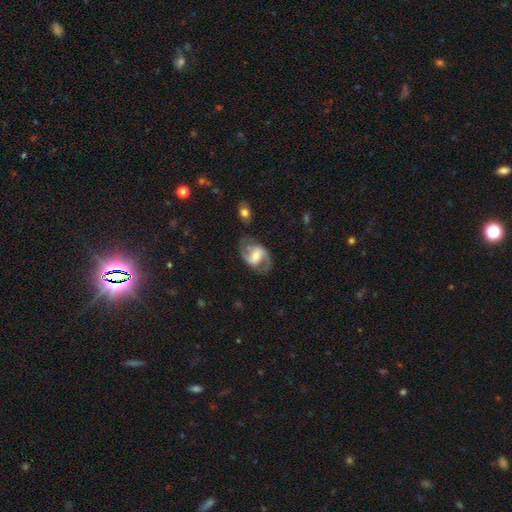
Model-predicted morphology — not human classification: Smooth or featured?
  - featured or disk: 79% *
  - smooth: 15%
  - star or artifact: 6%
Edge-on disk?
  - no: 97% *
  - yes: 3%
Bar?
  - weak: 45% *
  - strong: 33%
  - no: 22%
Spiral arms?
  - yes: 91% *
  - no: 9%
Spiral winding?
  - medium: 51% *
  - loose: 34%
  - tight: 16%
Spiral arm count?
  - 2: 89% *
  - can't tell: 5%
  - 1: 3%
  - 3: 1%
  - 4: 1%
  - more than 4: 1%
Bulge size?
  - moderate: 52% *
  - small: 33%
  - large: 10%
  - none: 3%
  - dominant: 2%
Merging?
  - none: 71% *
  - minor disturbance: 17%
  - major disturbance: 10%
  - merger: 2%